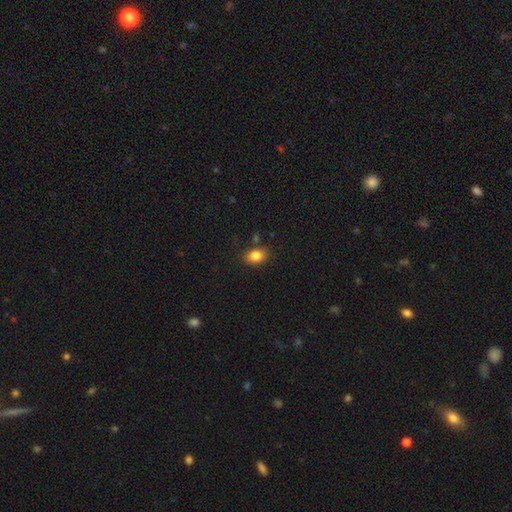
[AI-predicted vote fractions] Morphology: type=smooth (85%); roundness=in between (75%); merging=none (80%).